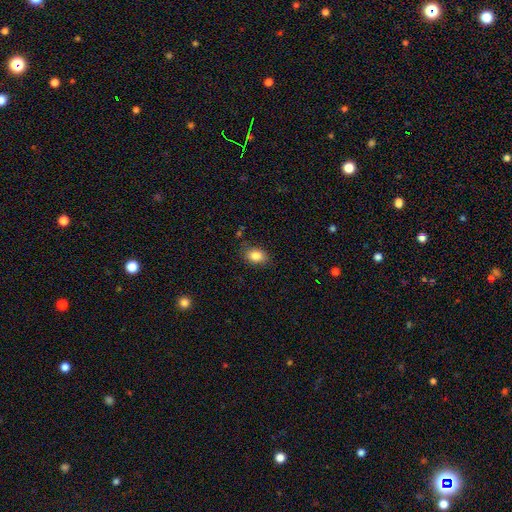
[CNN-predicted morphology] Smooth or featured? Predicted: smooth (p=0.85). How rounded? Predicted: in between (p=0.75). Merging? Predicted: none (p=0.80).